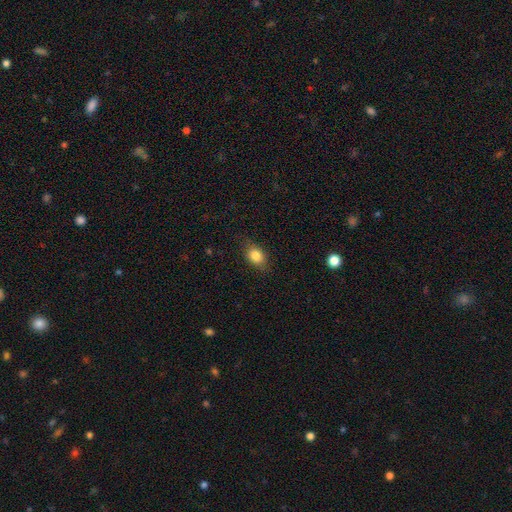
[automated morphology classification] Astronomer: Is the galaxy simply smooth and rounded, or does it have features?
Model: smooth — 84%.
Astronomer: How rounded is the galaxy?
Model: in between — 69%.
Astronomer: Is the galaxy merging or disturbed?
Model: none — 80%.